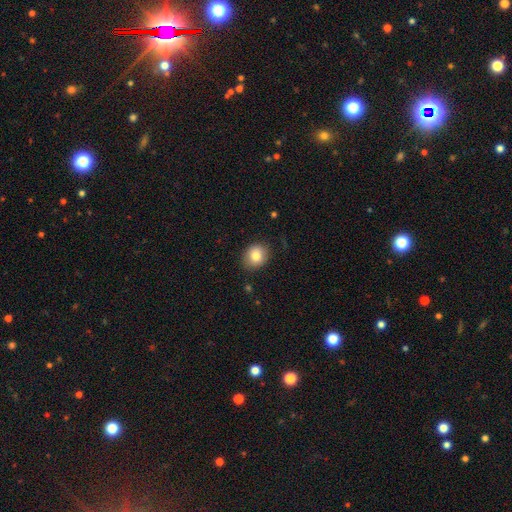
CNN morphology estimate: smooth 82%, star or artifact 9%, featured or disk 9%. Down the decision tree: how rounded — round (68%); merging — none (85%).